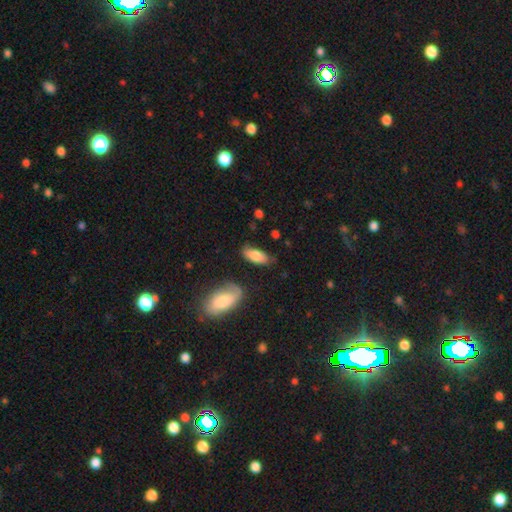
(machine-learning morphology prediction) Smooth or featured: smooth — 79% (featured or disk — 15%)
How rounded: in between — 83% (cigar-shaped — 15%)
Merging: none — 71% (minor disturbance — 20%)